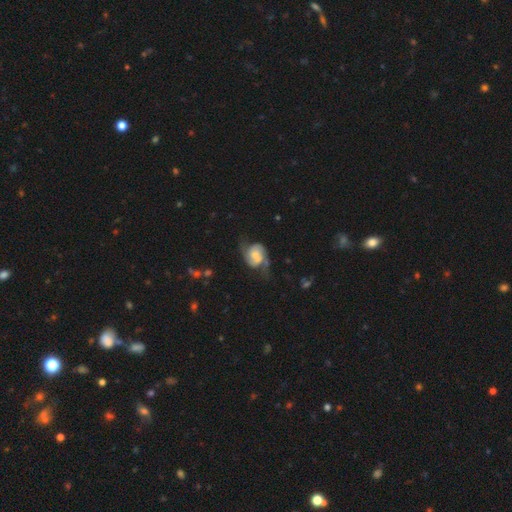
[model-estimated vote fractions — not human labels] featured or disk 70%, smooth 23%, star or artifact 7%. Down the decision tree: edge-on disk — no (97%); bar — no (65%); spiral arms — yes (90%); spiral arm count — 2 (86%); spiral winding — medium (43%); bulge size — small (44%); merging — none (48%).